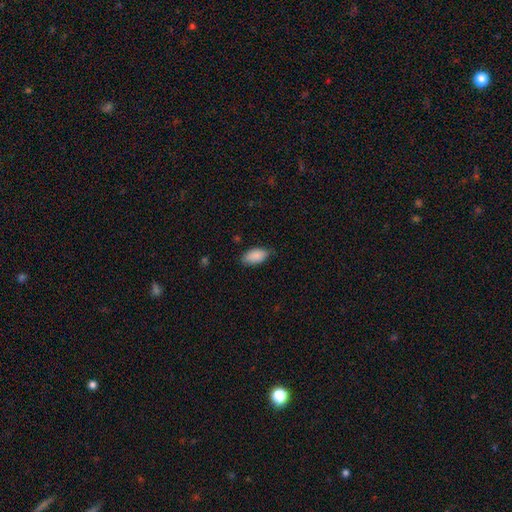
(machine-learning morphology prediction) Q: Smooth or featured?
A: smooth (88%); runner-up: star or artifact (7%)
Q: How rounded?
A: in between (93%); runner-up: cigar-shaped (5%)
Q: Merging?
A: none (73%); runner-up: minor disturbance (22%)